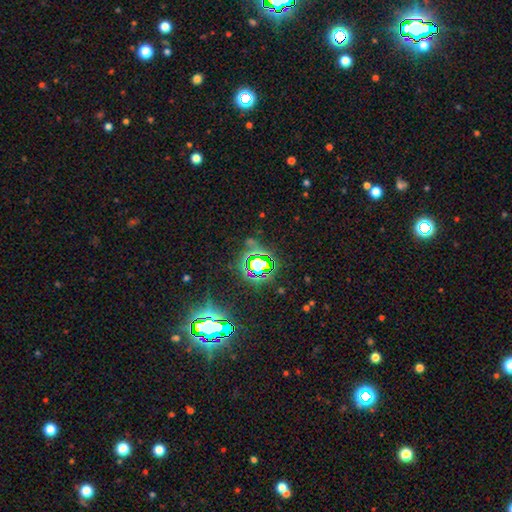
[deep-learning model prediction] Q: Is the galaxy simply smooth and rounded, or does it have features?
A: star or artifact — 76%.